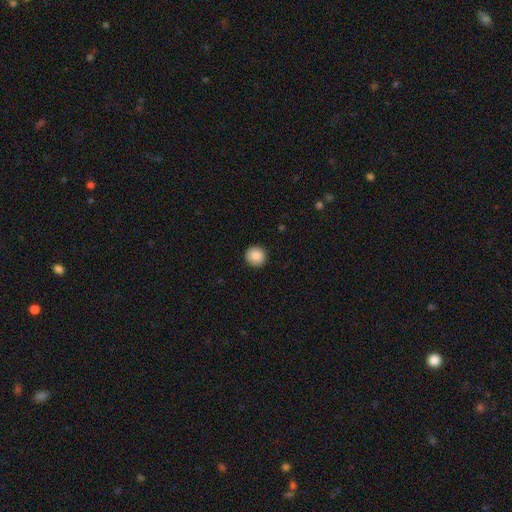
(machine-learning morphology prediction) Smooth or featured? Predicted: smooth (p=0.89). How rounded? Predicted: round (p=0.94). Merging? Predicted: none (p=0.92).